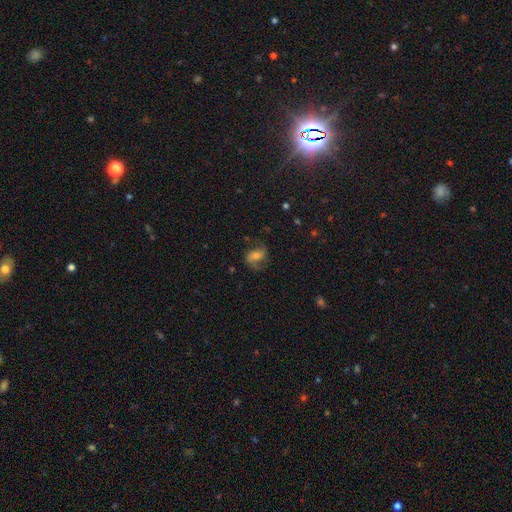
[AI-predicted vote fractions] smooth_or_featured: featured or disk (p=0.56) [alt: smooth p=0.32]
disk_edge_on: no (p=0.96) [alt: yes p=0.04]
bar: weak (p=0.40) [alt: no p=0.39]
has_spiral_arms: yes (p=0.87) [alt: no p=0.13]
bulge_size: moderate (p=0.49) [alt: small p=0.35]
merging: none (p=0.64) [alt: minor disturbance p=0.20]